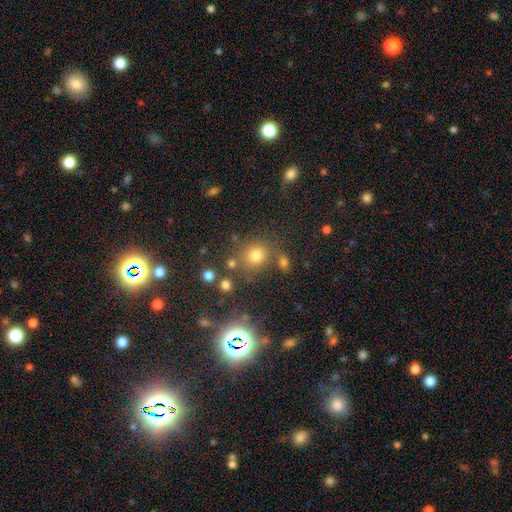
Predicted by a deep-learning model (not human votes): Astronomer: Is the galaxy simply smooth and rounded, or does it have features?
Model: smooth — 67%.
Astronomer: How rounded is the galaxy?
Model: round — 81%.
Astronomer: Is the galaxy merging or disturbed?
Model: none — 72%.